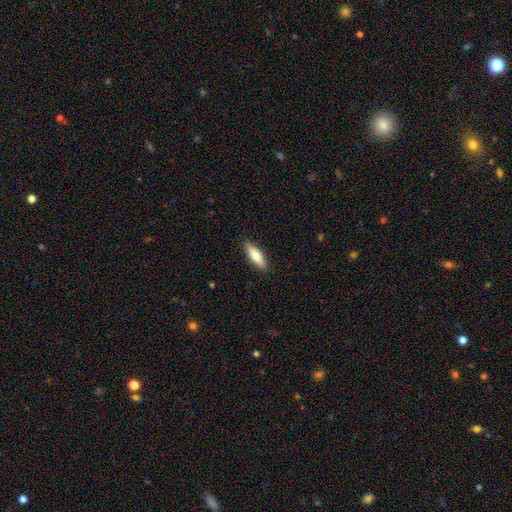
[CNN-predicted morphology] Smooth or featured? Predicted: smooth (p=0.78). How rounded? Predicted: in between (p=0.50). Merging? Predicted: none (p=0.89).